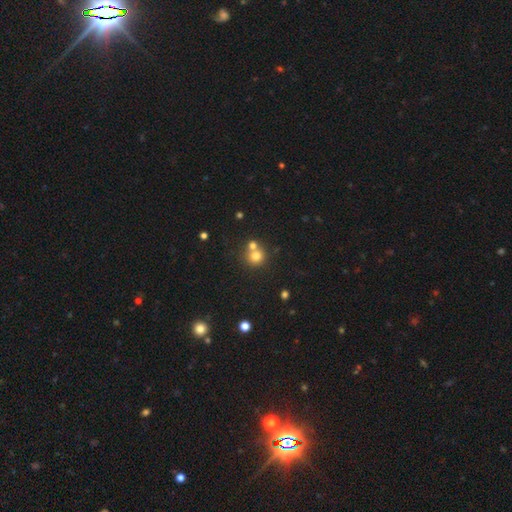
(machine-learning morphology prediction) Smooth or featured?
  - smooth: 75% *
  - star or artifact: 14%
  - featured or disk: 11%
How rounded?
  - round: 88% *
  - in between: 11%
  - cigar-shaped: 1%
Merging?
  - none: 51% *
  - merger: 39%
  - minor disturbance: 7%
  - major disturbance: 3%